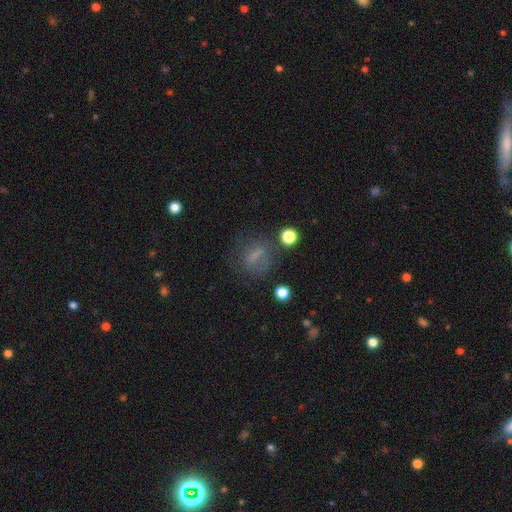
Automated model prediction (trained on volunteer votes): Overall: smooth (57%; featured or disk 23%). How rounded: in between (47%; round 40%). Merging: none (62%).